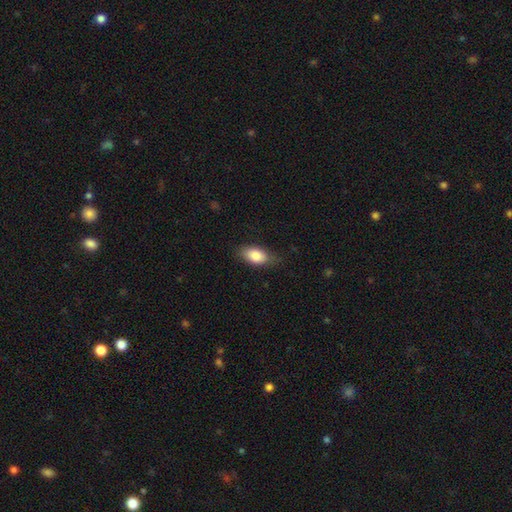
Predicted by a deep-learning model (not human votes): Q: Smooth or featured?
A: smooth (83%); runner-up: featured or disk (11%)
Q: How rounded?
A: in between (90%); runner-up: cigar-shaped (5%)
Q: Merging?
A: none (77%); runner-up: minor disturbance (18%)